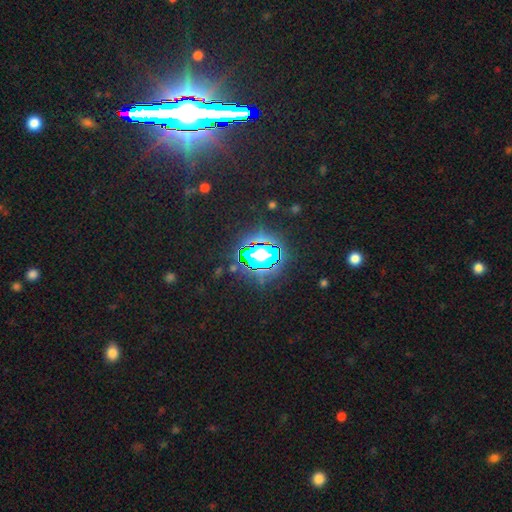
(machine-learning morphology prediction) Smooth or featured: star or artifact — 84% (featured or disk — 8%)